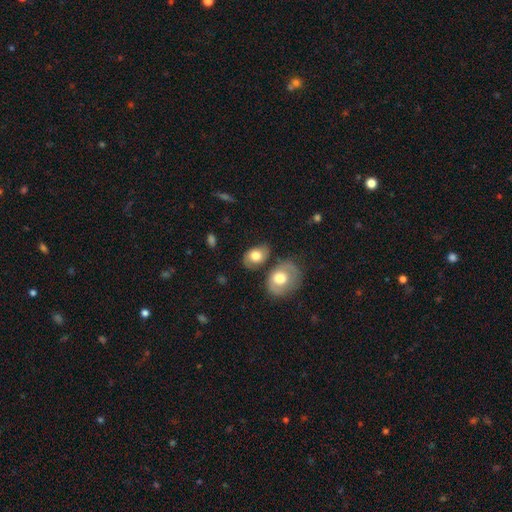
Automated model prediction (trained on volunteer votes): This is likely a smooth galaxy (69%). How rounded: clearly in between (81%). Merging: likely none (63%).